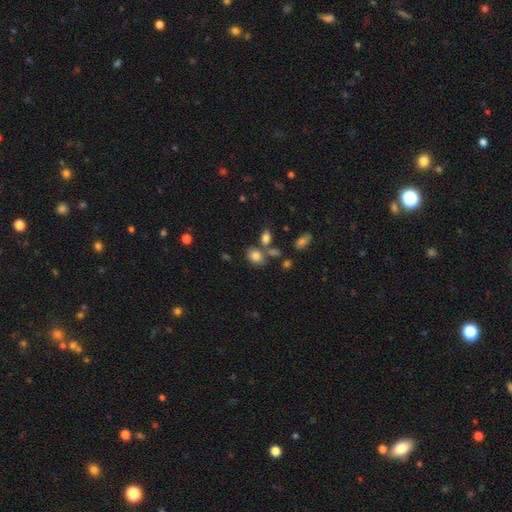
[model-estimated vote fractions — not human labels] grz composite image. It shows a smooth galaxy with no disk features (80%) that is in between round and cigar-shaped (65%). Merging: none (59%).